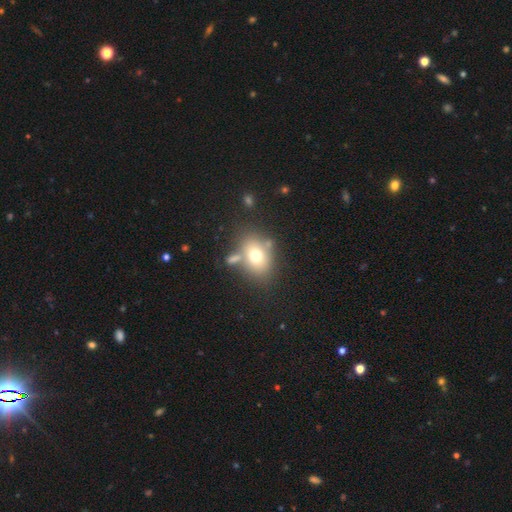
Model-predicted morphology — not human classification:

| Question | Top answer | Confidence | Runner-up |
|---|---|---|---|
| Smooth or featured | smooth | 70% | featured or disk (18%) |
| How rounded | in between | 63% | round (35%) |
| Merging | none | 65% | merger (15%) |